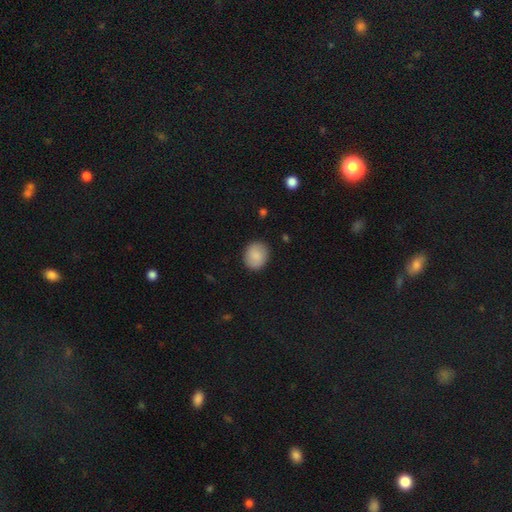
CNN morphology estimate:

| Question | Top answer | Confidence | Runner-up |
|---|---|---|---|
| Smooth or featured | smooth | 88% | star or artifact (7%) |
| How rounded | round | 69% | in between (30%) |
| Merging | none | 88% | minor disturbance (8%) |